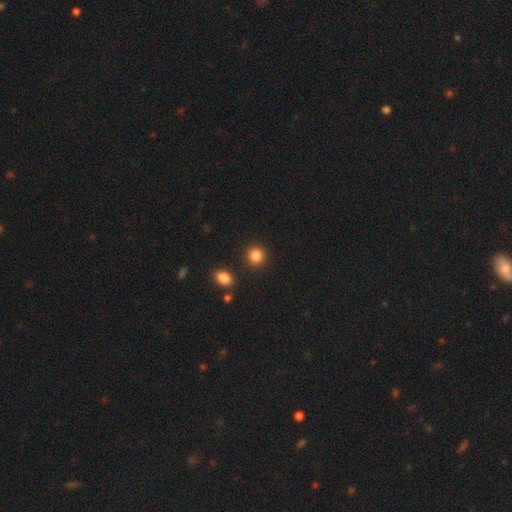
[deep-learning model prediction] smooth_or_featured: smooth (p=0.86) [alt: star or artifact p=0.10]
how_rounded: round (p=0.89) [alt: in between p=0.10]
merging: none (p=0.90) [alt: minor disturbance p=0.05]